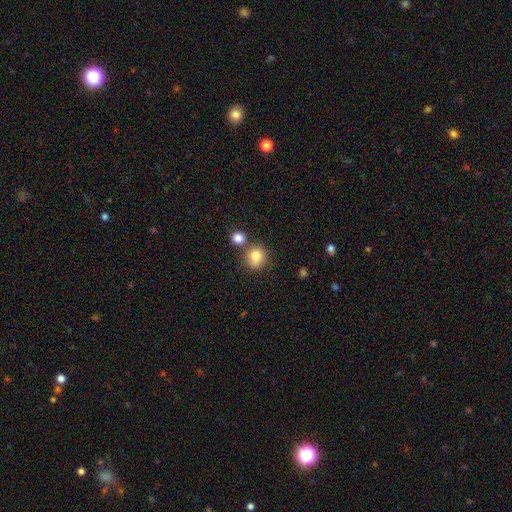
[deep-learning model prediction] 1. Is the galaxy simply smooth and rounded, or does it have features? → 82% smooth, 11% star or artifact, 7% featured or disk.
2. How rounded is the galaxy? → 86% round, 13% in between, 1% cigar-shaped.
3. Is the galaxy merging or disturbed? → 68% none, 17% merger, 11% minor disturbance, 4% major disturbance.